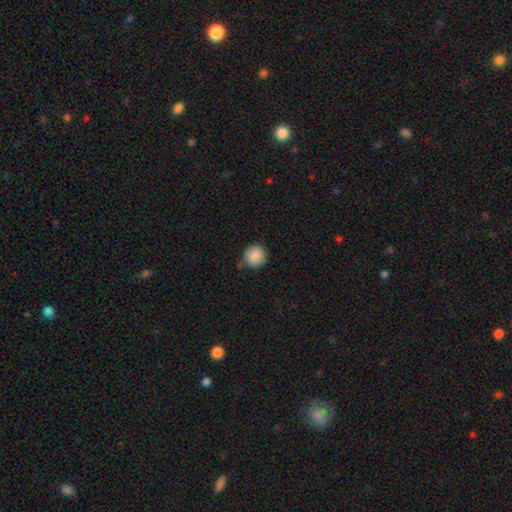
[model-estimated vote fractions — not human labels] Overall: smooth (88%). How rounded: round (92%). Merging: none (84%).